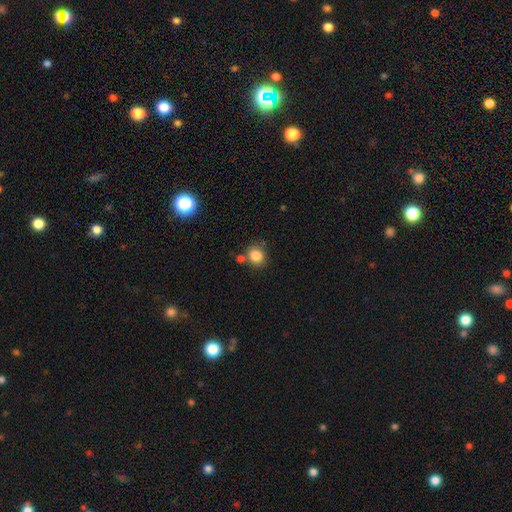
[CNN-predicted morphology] A smooth galaxy with no disk features (83%) that is round (76%).

Vote fractions:
- Smooth or featured? smooth: 83% / star or artifact: 10% / featured or disk: 6%
- How rounded? round: 76% / in between: 24% / cigar-shaped: 1%
- Merging? none: 66% / merger: 16% / minor disturbance: 14% / major disturbance: 4%